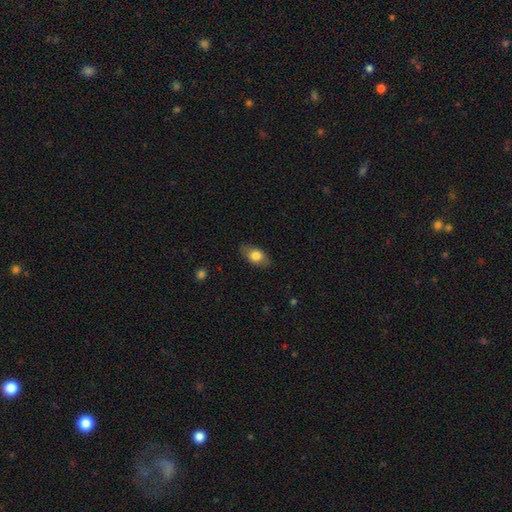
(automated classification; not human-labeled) This appears to be a smooth galaxy with no disk features (78%) that is in between round and cigar-shaped (88%). Merging: none (82%).